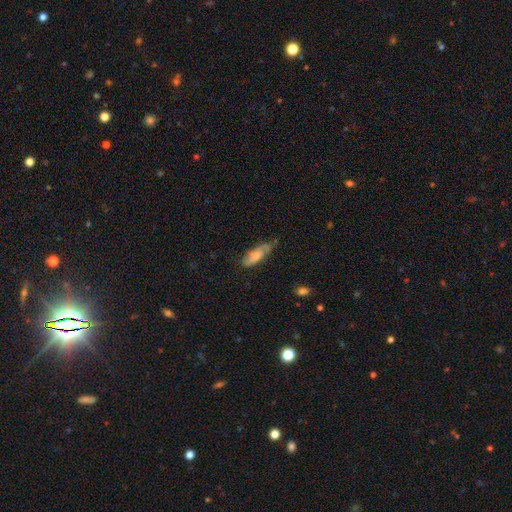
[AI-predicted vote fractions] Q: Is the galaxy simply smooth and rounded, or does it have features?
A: smooth — 69%.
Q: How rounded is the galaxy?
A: in between — 59%.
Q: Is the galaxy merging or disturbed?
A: none — 53%.